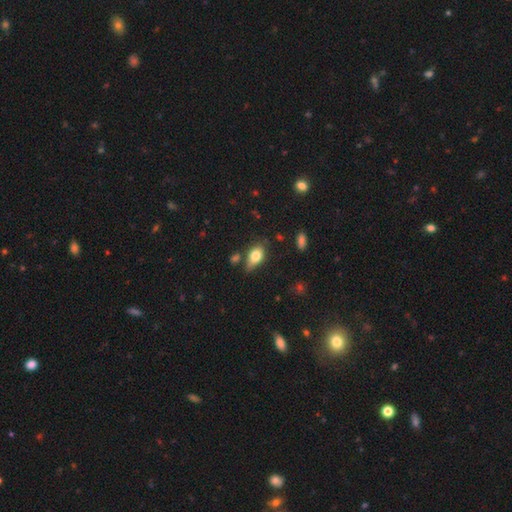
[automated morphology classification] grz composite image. It shows a smooth galaxy with no disk features (76%) that is in between round and cigar-shaped (86%). Merging: none (58%).